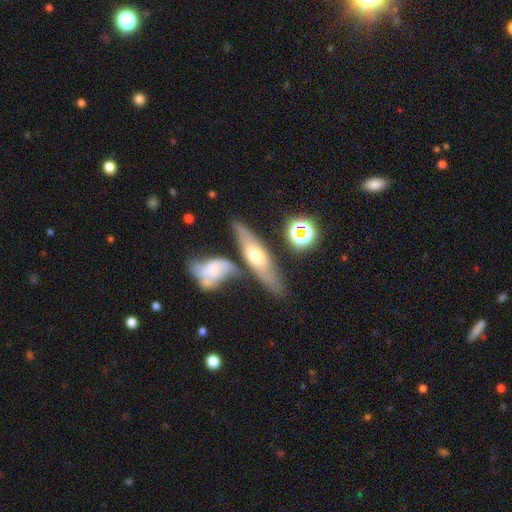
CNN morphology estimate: This appears to be a featured or disk galaxy (52%) viewed edge-on (65%). Merging: none (59%).